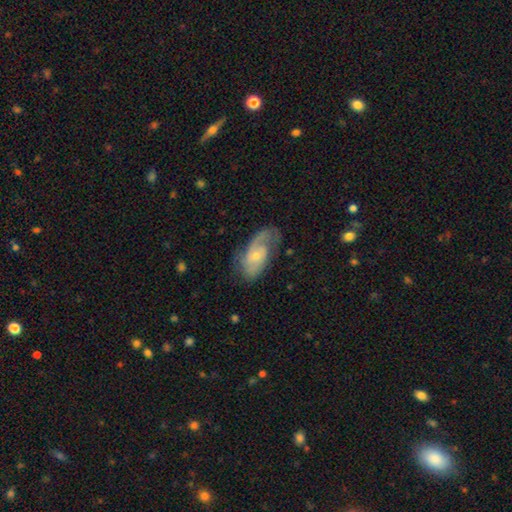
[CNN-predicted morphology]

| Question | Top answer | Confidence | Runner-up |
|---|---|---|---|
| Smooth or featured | featured or disk | 69% | smooth (24%) |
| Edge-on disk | no | 94% | yes (6%) |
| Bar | no | 68% | weak (27%) |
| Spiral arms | yes | 87% | no (13%) |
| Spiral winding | medium | 42% | tight (33%) |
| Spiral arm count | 2 | 50% | 1 (25%) |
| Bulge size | small | 65% | moderate (30%) |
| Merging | none | 55% | minor disturbance (26%) |